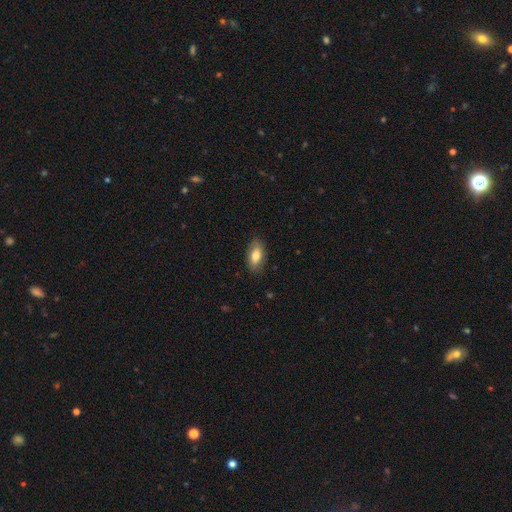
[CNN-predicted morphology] smooth 77%, featured or disk 16%, star or artifact 7%. Down the decision tree: how rounded — in between (88%); merging — none (84%).